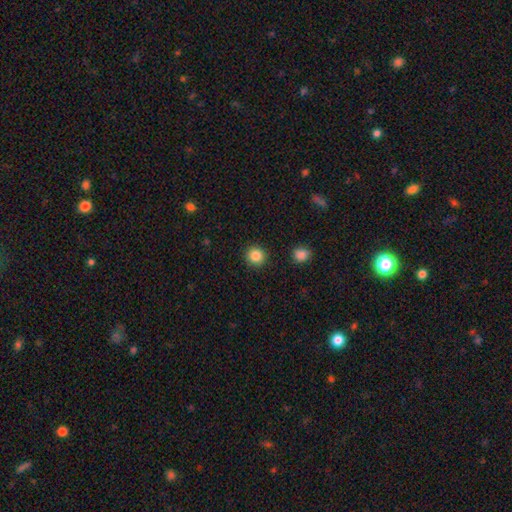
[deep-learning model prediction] Q: Smooth or featured?
A: smooth (86%); runner-up: star or artifact (10%)
Q: How rounded?
A: round (92%); runner-up: in between (7%)
Q: Merging?
A: none (90%); runner-up: minor disturbance (6%)